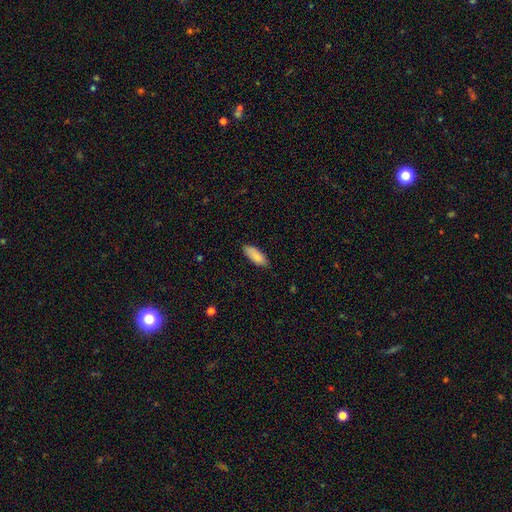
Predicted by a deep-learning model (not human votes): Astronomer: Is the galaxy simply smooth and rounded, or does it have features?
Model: smooth — 88%.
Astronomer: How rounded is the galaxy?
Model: in between — 75%.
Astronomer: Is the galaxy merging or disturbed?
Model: none — 84%.